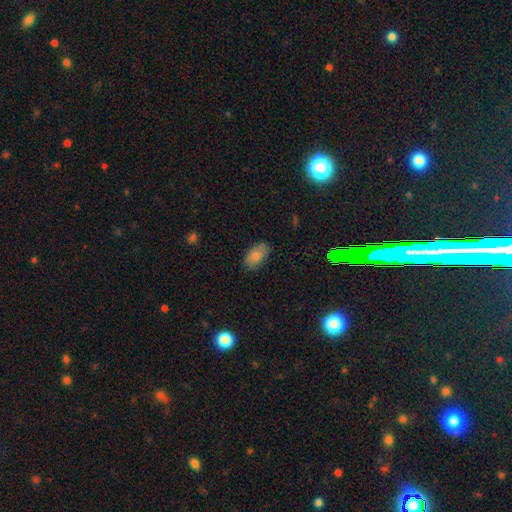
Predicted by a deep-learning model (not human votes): Morphology: type=smooth (84%); roundness=in between (93%); merging=none (80%).